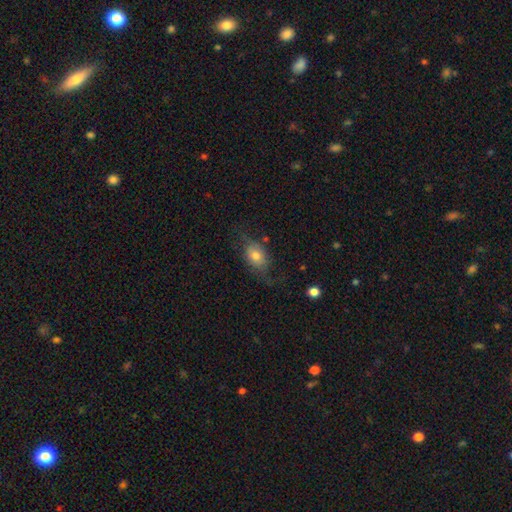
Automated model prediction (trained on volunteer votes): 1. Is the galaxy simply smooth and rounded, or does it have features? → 65% smooth, 26% featured or disk, 9% star or artifact.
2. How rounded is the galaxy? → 70% in between, 27% round, 2% cigar-shaped.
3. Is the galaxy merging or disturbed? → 52% none, 26% minor disturbance, 19% major disturbance, 3% merger.